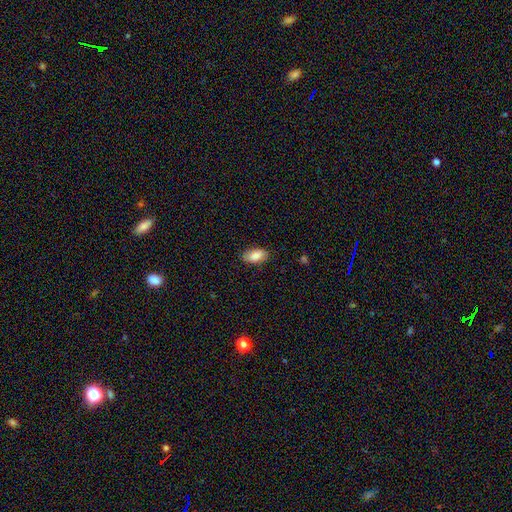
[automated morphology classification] Q: Smooth or featured?
A: smooth (85%); runner-up: featured or disk (8%)
Q: How rounded?
A: in between (93%); runner-up: cigar-shaped (4%)
Q: Merging?
A: none (85%); runner-up: minor disturbance (11%)